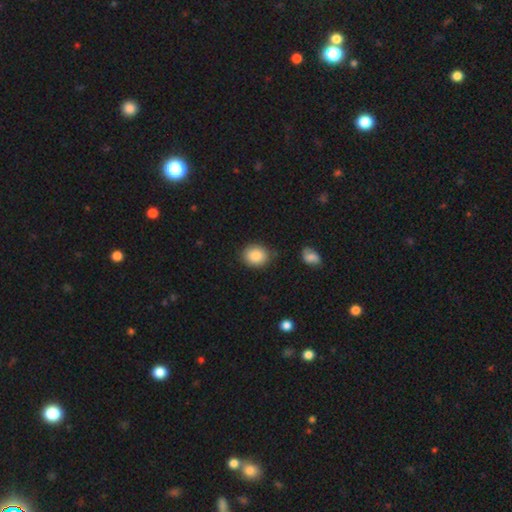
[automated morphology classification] This appears to be a smooth galaxy with no disk features (88%) that is round (62%). Merging: none (82%).